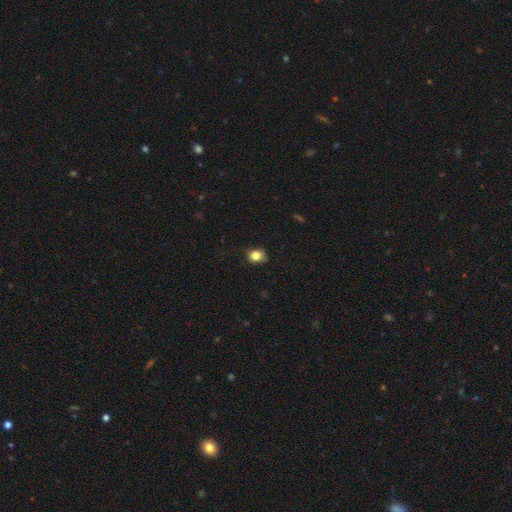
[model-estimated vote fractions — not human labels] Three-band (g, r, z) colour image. It shows a smooth galaxy with no disk features (82%) that is round (61%). Merging: none (76%).